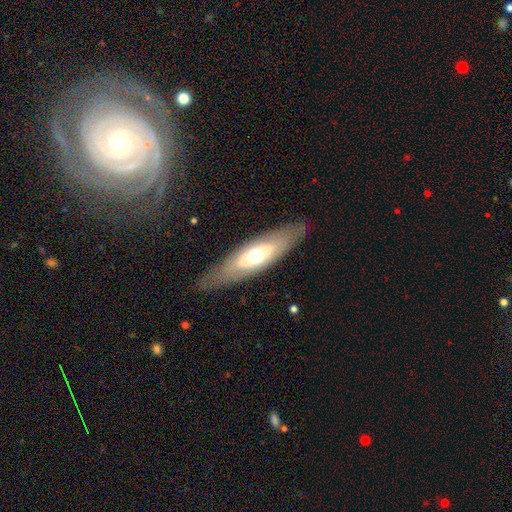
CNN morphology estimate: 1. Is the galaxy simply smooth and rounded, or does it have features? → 49% featured or disk, 45% smooth, 6% star or artifact.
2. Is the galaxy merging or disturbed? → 82% none, 12% minor disturbance, 5% major disturbance, 1% merger.